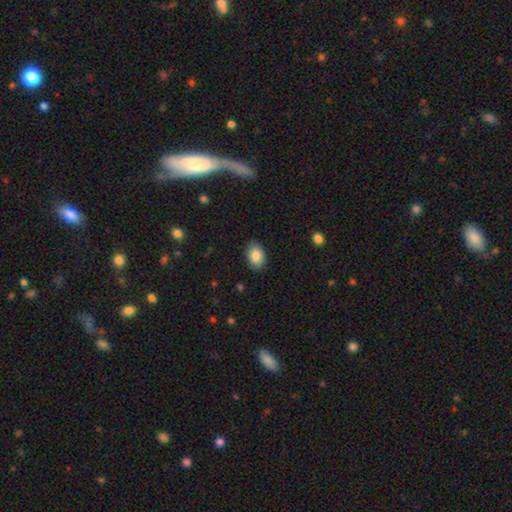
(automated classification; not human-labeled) Smooth or featured? Predicted: smooth (p=0.86). How rounded? Predicted: in between (p=0.85). Merging? Predicted: none (p=0.87).